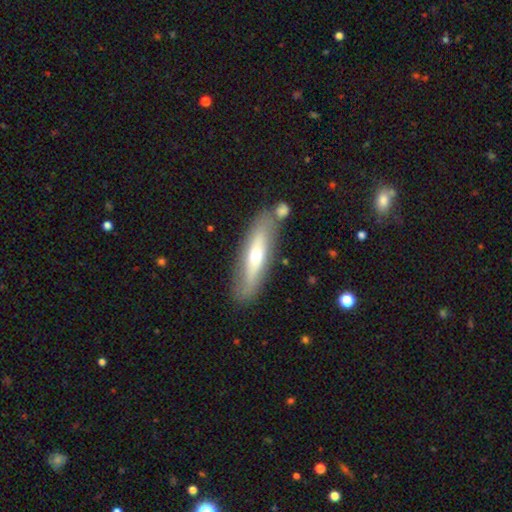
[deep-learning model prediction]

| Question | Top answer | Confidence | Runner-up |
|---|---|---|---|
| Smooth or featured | featured or disk | 50% | smooth (44%) |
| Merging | none | 77% | minor disturbance (14%) |